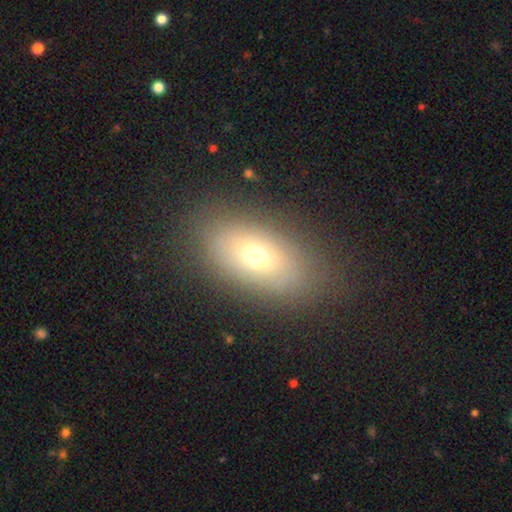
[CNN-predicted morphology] Smooth or featured? smooth (63%)
How rounded? in between (86%)
Merging? none (82%)